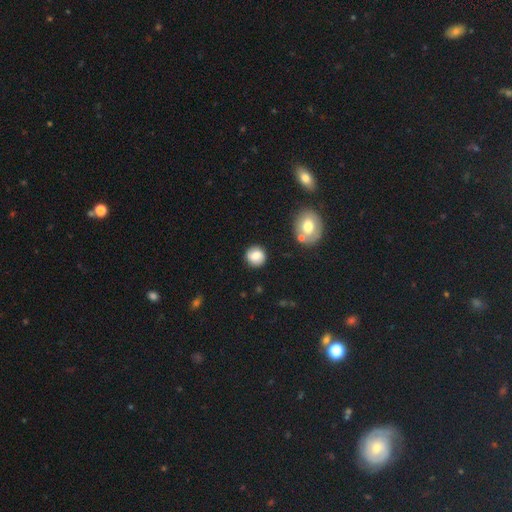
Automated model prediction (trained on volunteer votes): A smooth galaxy with no disk features (77%) that is round (91%). Merging: none (85%).